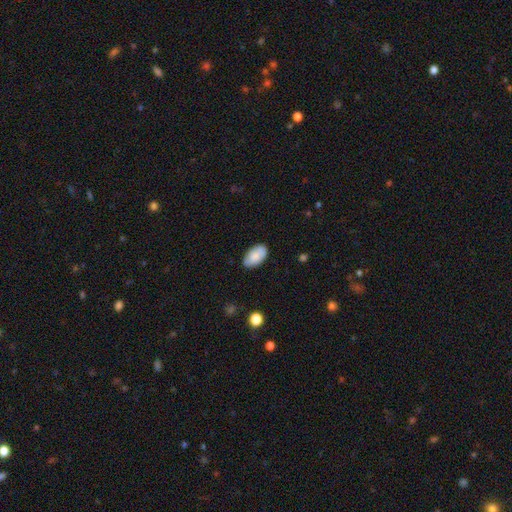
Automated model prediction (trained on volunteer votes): This appears to be a smooth galaxy with no disk features (78%) that is in between round and cigar-shaped (95%). Merging: none (82%).